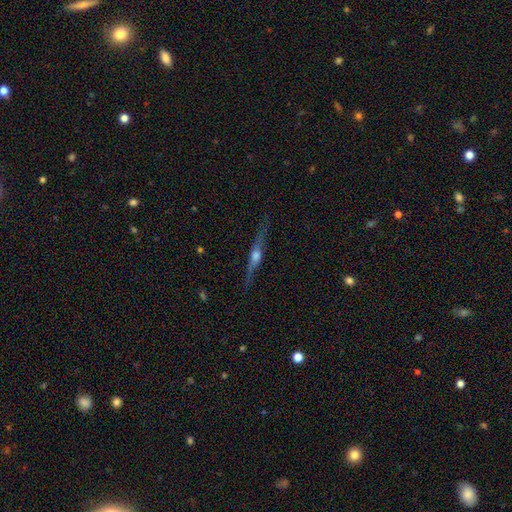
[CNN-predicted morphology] The model was most divided on "smooth or featured": featured or disk: 74%, smooth: 19%, star or artifact: 6%. More confident: edge-on disk — yes (97%); edge-on bulge — rounded (89%); merging — none (83%).